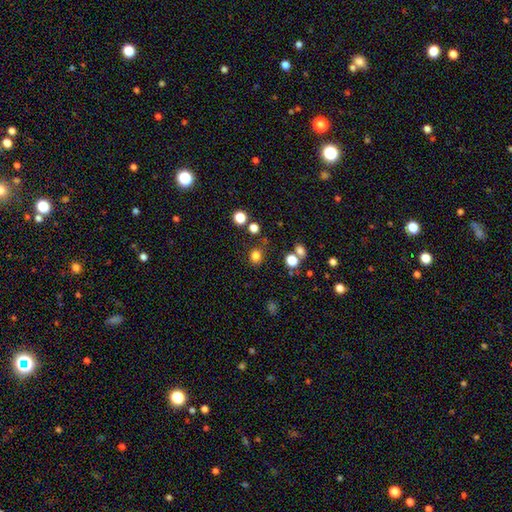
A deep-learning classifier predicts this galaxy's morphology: This appears to be a smooth galaxy with no disk features (80%) that is round (74%). Merging: none (79%).